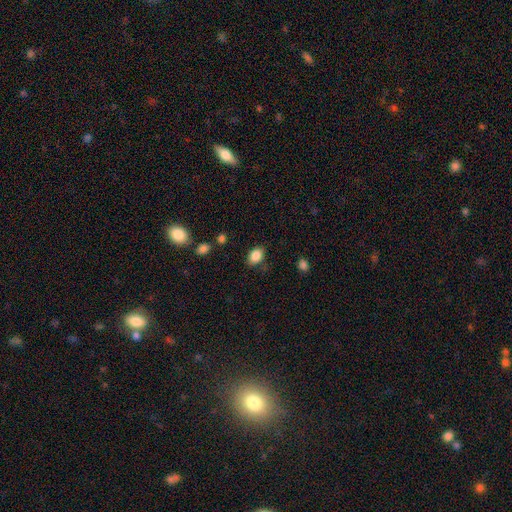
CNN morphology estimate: Q: Smooth or featured?
A: smooth (87%); runner-up: star or artifact (9%)
Q: How rounded?
A: in between (78%); runner-up: round (21%)
Q: Merging?
A: none (77%); runner-up: minor disturbance (16%)